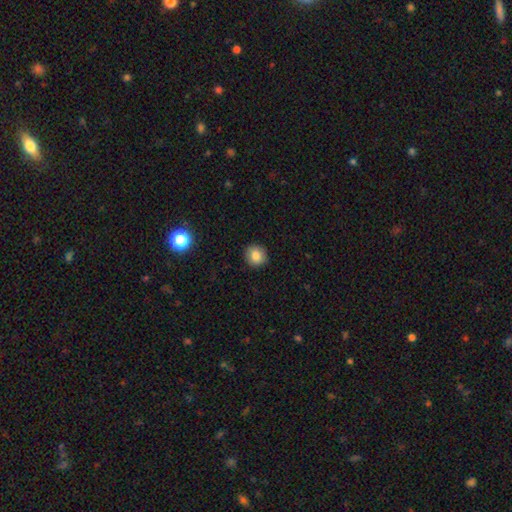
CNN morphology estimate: Smooth or featured? smooth (82%)
How rounded? round (89%)
Merging? none (91%)